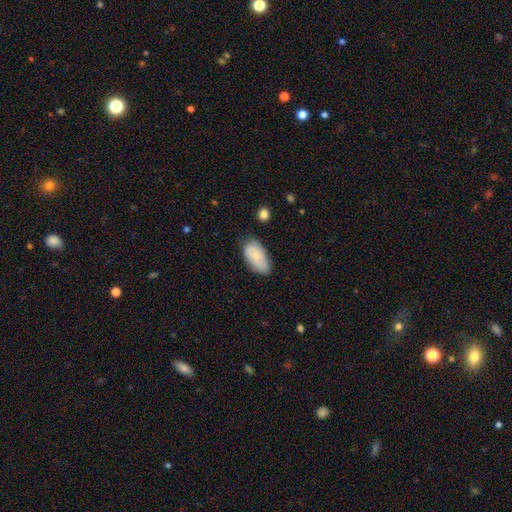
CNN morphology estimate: type=smooth (76%); roundness=in between (94%); merging=none (65%).